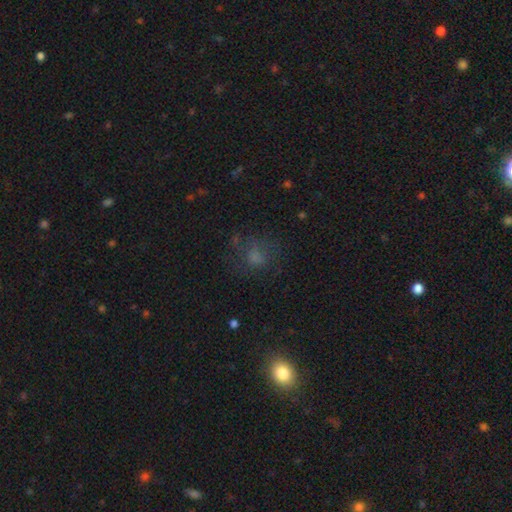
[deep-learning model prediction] smooth_or_featured: smooth (p=0.58) [alt: star or artifact p=0.23]
how_rounded: round (p=0.65) [alt: in between p=0.33]
merging: none (p=0.57) [alt: major disturbance p=0.21]